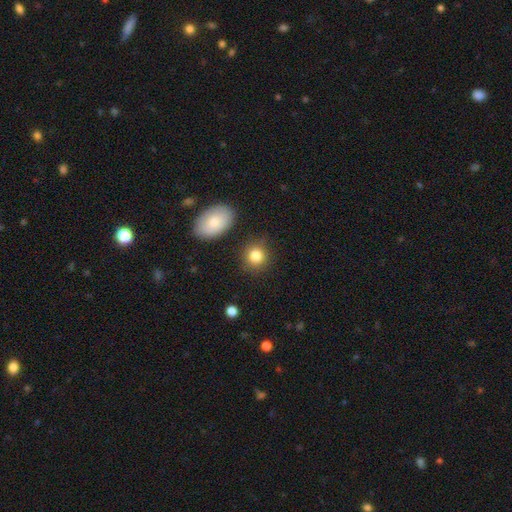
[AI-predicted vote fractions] Smooth or featured? smooth (83%)
How rounded? round (82%)
Merging? none (83%)